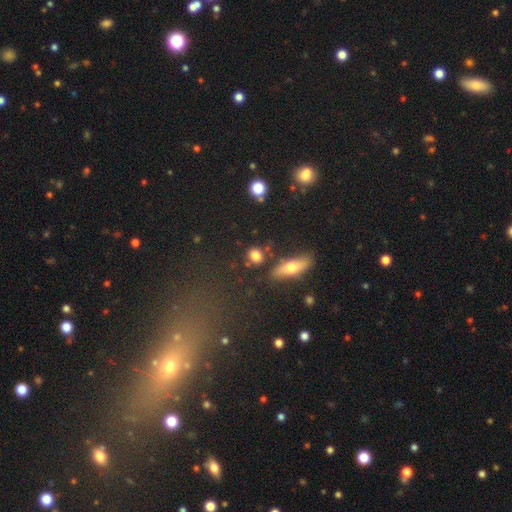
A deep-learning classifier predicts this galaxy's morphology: Smooth or featured?
  - smooth: 81% *
  - star or artifact: 11%
  - featured or disk: 8%
How rounded?
  - round: 67% *
  - in between: 28%
  - cigar-shaped: 4%
Merging?
  - none: 78% *
  - minor disturbance: 10%
  - merger: 8%
  - major disturbance: 3%